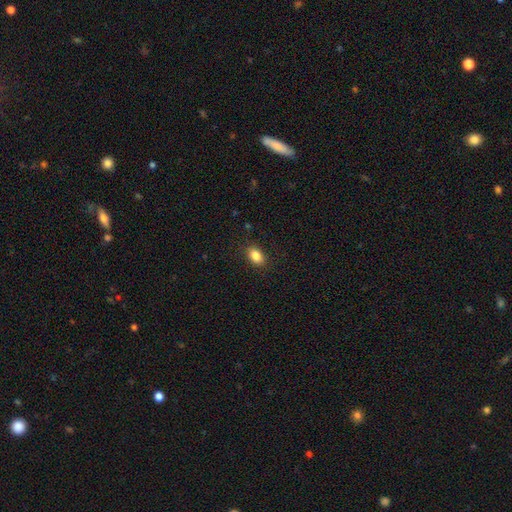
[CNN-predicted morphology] smooth_or_featured: smooth (p=0.85) [alt: star or artifact p=0.09]
how_rounded: in between (p=0.83) [alt: round p=0.16]
merging: none (p=0.88) [alt: minor disturbance p=0.09]